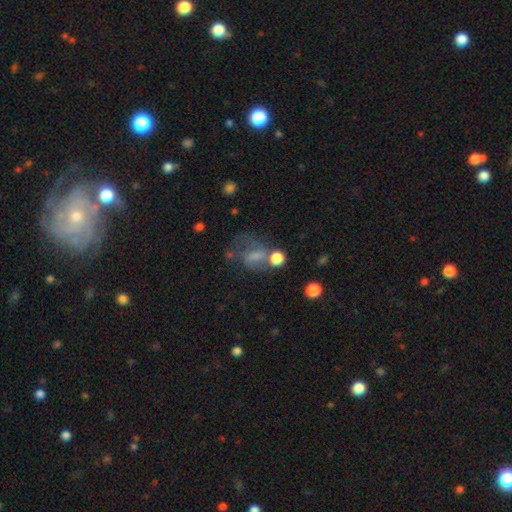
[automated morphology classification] smooth_or_featured: smooth (p=0.49) [alt: featured or disk p=0.34]
merging: none (p=0.36) [alt: major disturbance p=0.28]